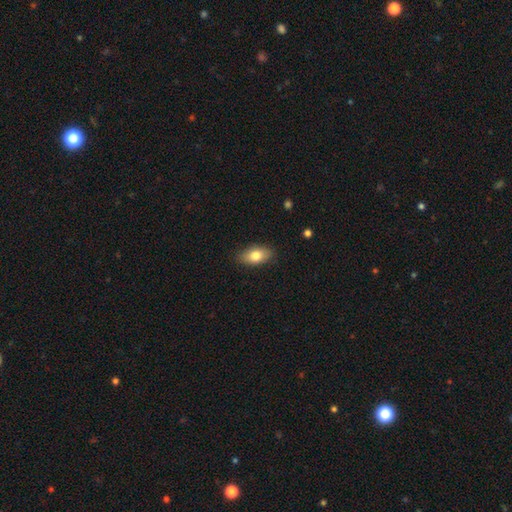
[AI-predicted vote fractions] Smooth or featured: smooth — 78% (featured or disk — 15%)
How rounded: in between — 89% (cigar-shaped — 6%)
Merging: none — 85% (minor disturbance — 11%)